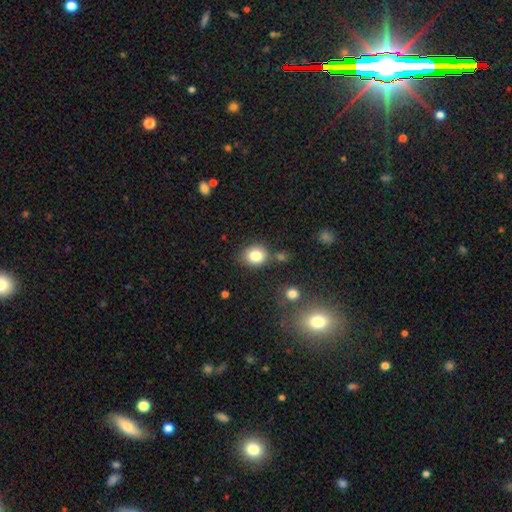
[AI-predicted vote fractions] Q: Smooth or featured?
A: smooth (81%); runner-up: star or artifact (10%)
Q: How rounded?
A: round (65%); runner-up: in between (34%)
Q: Merging?
A: none (75%); runner-up: minor disturbance (14%)